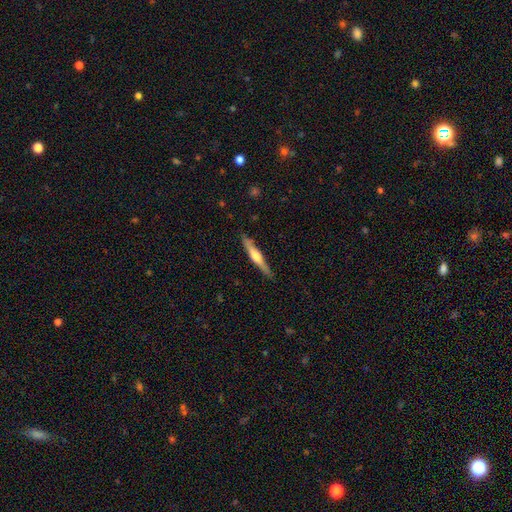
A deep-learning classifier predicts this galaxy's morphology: A featured or disk galaxy (57%) viewed edge-on (96%) with a rounded central bulge (82%).

Vote fractions:
- Smooth or featured? featured or disk: 57% / smooth: 38% / star or artifact: 5%
- Edge-on disk? yes: 96% / no: 4%
- Edge-on bulge? rounded: 82% / none: 10% / boxy: 8%
- Merging? none: 87% / minor disturbance: 10% / major disturbance: 2% / merger: 1%